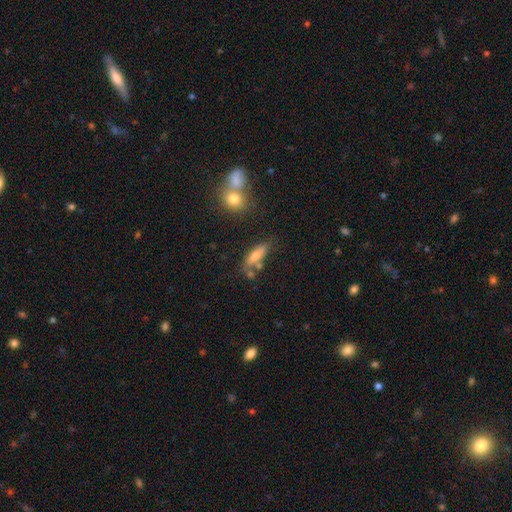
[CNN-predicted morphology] A smooth galaxy with no disk features (72%) that is in between round and cigar-shaped (51%).

Vote fractions:
- Smooth or featured? smooth: 72% / featured or disk: 19% / star or artifact: 9%
- How rounded? in between: 51% / cigar-shaped: 46% / round: 3%
- Merging? none: 58% / minor disturbance: 18% / merger: 17% / major disturbance: 7%